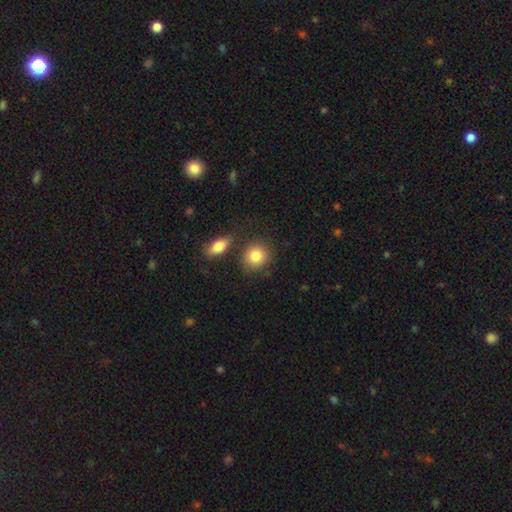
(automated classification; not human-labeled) This is clearly a smooth galaxy (85%). How rounded: likely round (76%). Merging: likely none (75%).